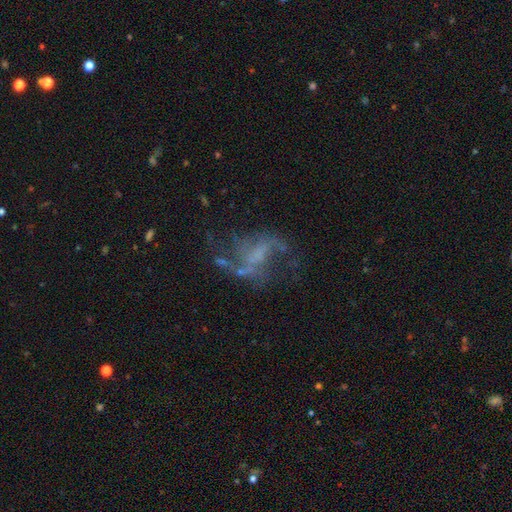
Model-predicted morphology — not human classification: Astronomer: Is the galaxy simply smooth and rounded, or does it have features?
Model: featured or disk — 74%.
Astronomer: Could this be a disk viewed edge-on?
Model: no — 97%.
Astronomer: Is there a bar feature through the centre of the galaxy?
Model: no — 43% (runner-up: weak, 40%).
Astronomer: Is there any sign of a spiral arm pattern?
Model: yes — 75%.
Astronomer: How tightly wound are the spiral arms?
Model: loose — 73%.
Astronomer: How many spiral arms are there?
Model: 2 — 67%.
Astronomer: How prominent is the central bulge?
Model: none — 59%.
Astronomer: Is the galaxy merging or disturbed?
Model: none — 47% (runner-up: major disturbance, 31%).